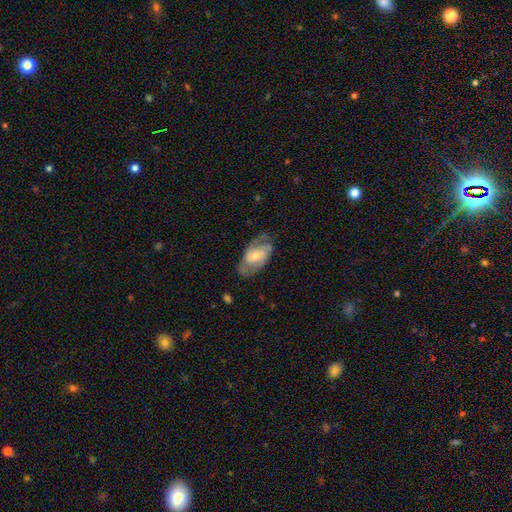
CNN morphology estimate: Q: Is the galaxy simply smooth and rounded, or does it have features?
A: featured or disk — 61%.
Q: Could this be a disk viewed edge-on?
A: no — 93%.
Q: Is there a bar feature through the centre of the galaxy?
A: no — 53%.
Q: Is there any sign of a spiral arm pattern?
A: yes — 74%.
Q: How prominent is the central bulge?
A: small — 50%.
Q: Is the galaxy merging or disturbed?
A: none — 62%.